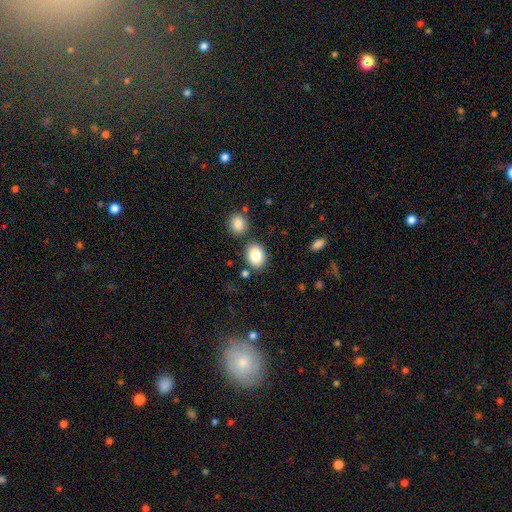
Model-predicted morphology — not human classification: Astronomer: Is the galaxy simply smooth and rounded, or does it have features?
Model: smooth — 84%.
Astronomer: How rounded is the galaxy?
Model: in between — 60% (runner-up: round, 39%).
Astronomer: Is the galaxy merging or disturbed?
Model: none — 78%.